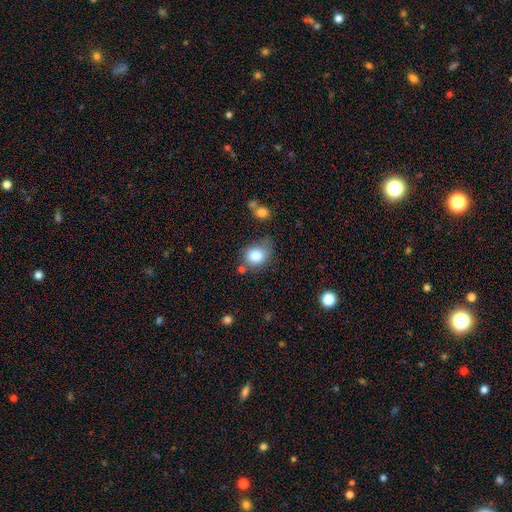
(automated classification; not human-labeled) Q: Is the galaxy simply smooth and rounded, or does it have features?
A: smooth — 81%.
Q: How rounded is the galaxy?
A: round — 62%.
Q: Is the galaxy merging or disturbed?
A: none — 56%.